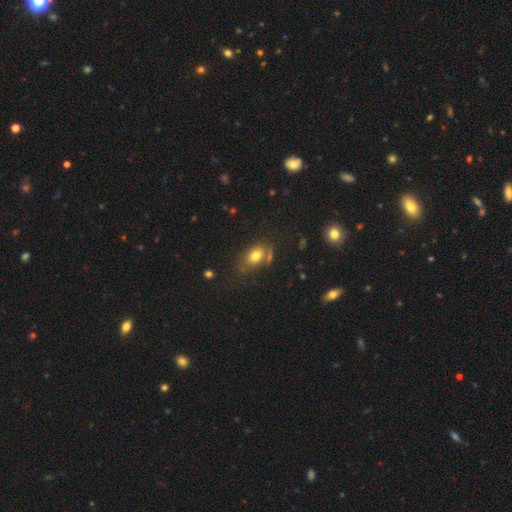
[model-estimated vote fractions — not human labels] Overall: smooth (74%). How rounded: in between (81%). Merging: none (61%).